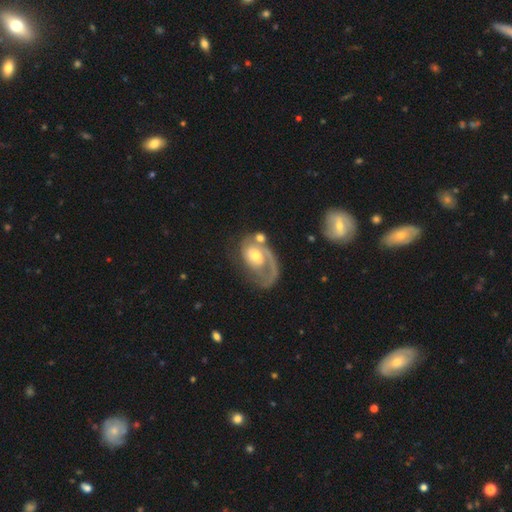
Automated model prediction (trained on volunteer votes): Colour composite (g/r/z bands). It shows a featured or disk galaxy (79%) with no bar (73%), 1 (73%) tight (46%) spiral arms (88%) and a moderate central bulge (56%). Merging: none (43%).